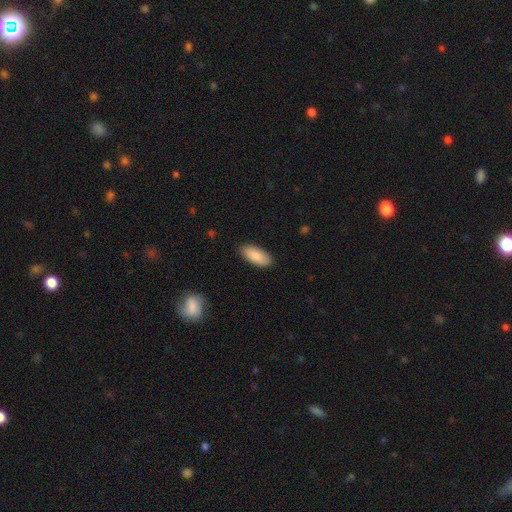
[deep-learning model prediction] This is clearly a smooth galaxy (88%). How rounded: clearly in between (87%). Merging: clearly none (88%).